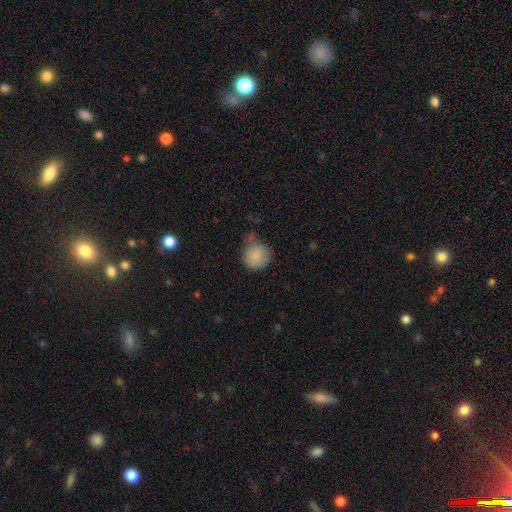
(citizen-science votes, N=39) Smooth or featured?
  - smooth: 85% *
  - star or artifact: 10%
  - featured or disk: 5%
How rounded?
  - round: 94% *
  - in between: 3%
  - cigar-shaped: 3%
Merging?
  - none: 69% *
  - minor disturbance: 23%
  - merger: 6%
  - major disturbance: 3%